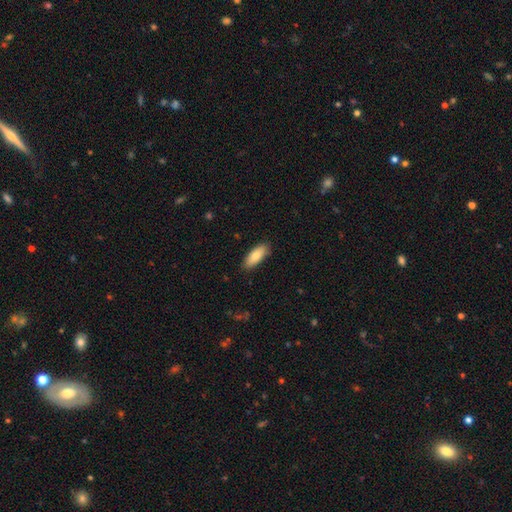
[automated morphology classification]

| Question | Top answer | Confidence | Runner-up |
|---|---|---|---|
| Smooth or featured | smooth | 83% | featured or disk (11%) |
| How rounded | in between | 75% | cigar-shaped (23%) |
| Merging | none | 87% | minor disturbance (10%) |